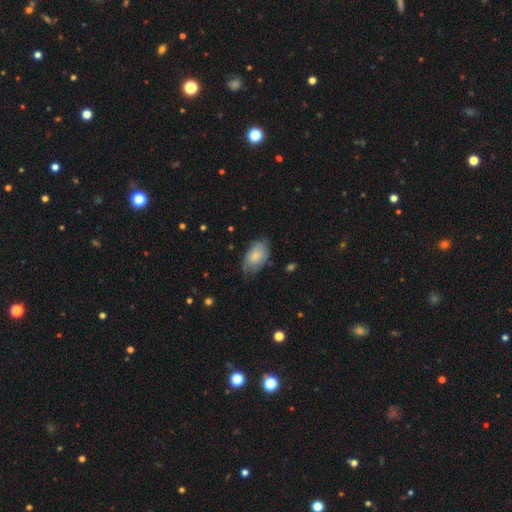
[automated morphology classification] A smooth galaxy with no disk features (68%) that is in between round and cigar-shaped (91%).

Vote fractions:
- Smooth or featured? smooth: 68% / featured or disk: 25% / star or artifact: 7%
- How rounded? in between: 91% / round: 7% / cigar-shaped: 1%
- Merging? none: 61% / minor disturbance: 30% / major disturbance: 8% / merger: 1%